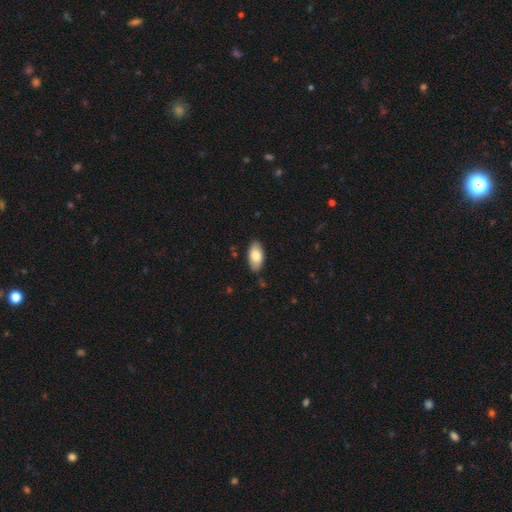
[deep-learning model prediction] The model was most divided on "smooth or featured": smooth: 81%, featured or disk: 13%, star or artifact: 6%. More confident: how rounded — in between (93%); merging — none (86%).